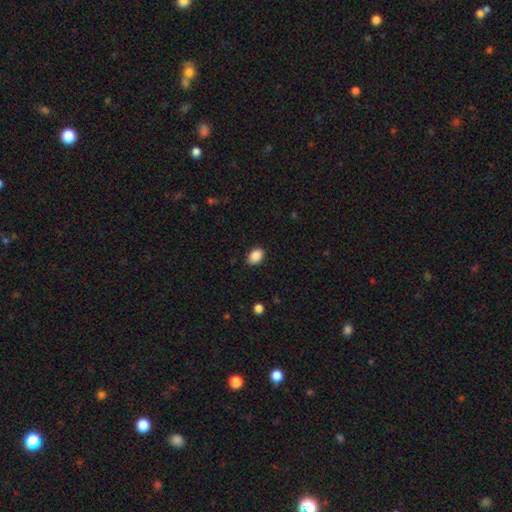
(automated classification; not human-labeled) smooth_or_featured: smooth (p=0.89) [alt: star or artifact p=0.08]
how_rounded: in between (p=0.76) [alt: round p=0.23]
merging: none (p=0.87) [alt: minor disturbance p=0.10]